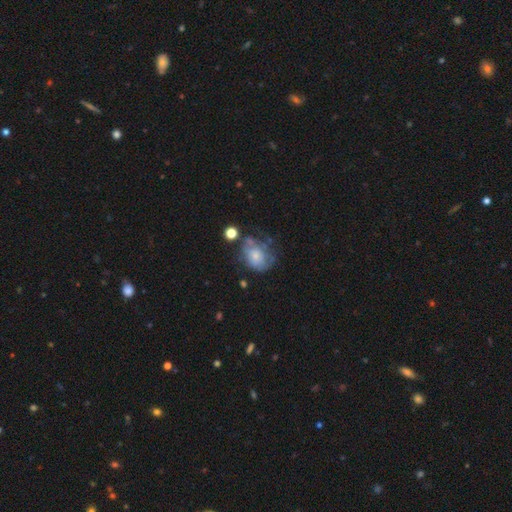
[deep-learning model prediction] This is possibly a smooth galaxy (51%). How rounded: possibly in between (54%). Merging: marginally none (35%).